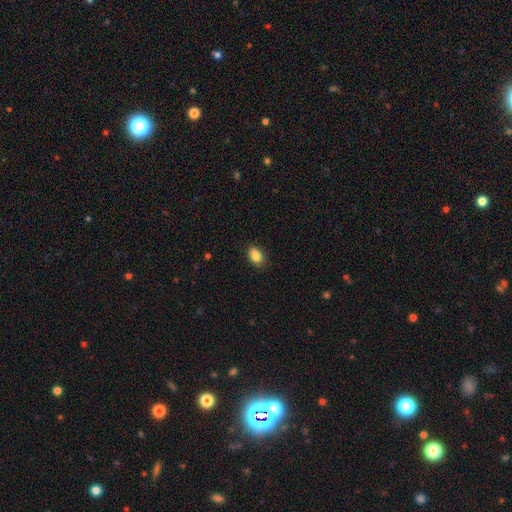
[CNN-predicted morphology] smooth-or-featured: smooth: 88% | star or artifact: 8% | featured or disk: 4%
  how-rounded: in between: 83% | round: 15% | cigar-shaped: 1%
  merging: none: 85% | minor disturbance: 11% | major disturbance: 2% | merger: 1%